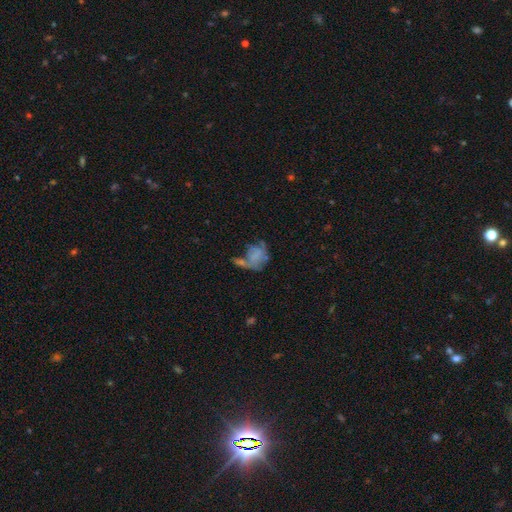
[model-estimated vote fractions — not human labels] This is possibly a smooth galaxy (55%). How rounded: likely in between (61%). Merging: marginally major disturbance (28%).